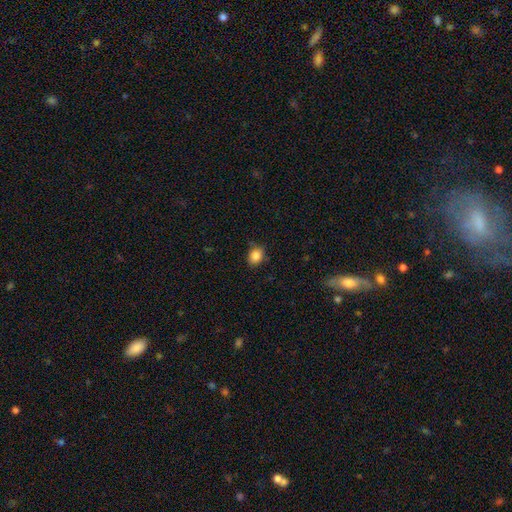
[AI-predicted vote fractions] smooth 85%, star or artifact 10%, featured or disk 6%. Down the decision tree: how rounded — round (56%); merging — none (76%).